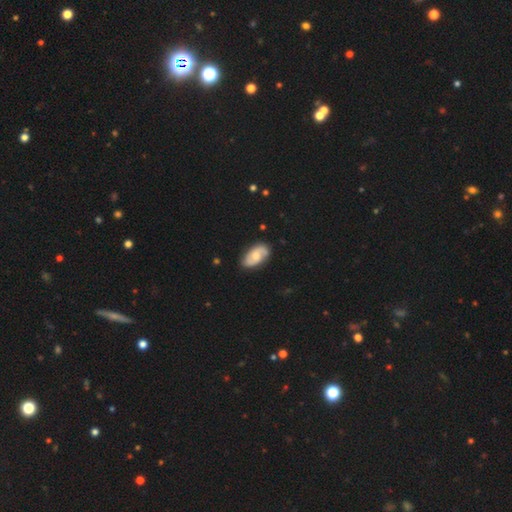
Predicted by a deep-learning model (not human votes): smooth-or-featured: featured or disk: 70% | smooth: 25% | star or artifact: 5%
  disk-edge-on: no: 96% | yes: 4%
    bar: no: 57% | weak: 37% | strong: 6%
    has-spiral-arms: yes: 93% | no: 7%
      spiral-winding: medium: 45% | tight: 32% | loose: 23%
      spiral-arm-count: 2: 87% | can't tell: 8% | 1: 2% | 3: 2% | 4: 1% | more than 4: 1%
    bulge-size: moderate: 56% | small: 30% | large: 7% | none: 6% | dominant: 1%
  merging: none: 81% | minor disturbance: 14% | major disturbance: 3% | merger: 1%